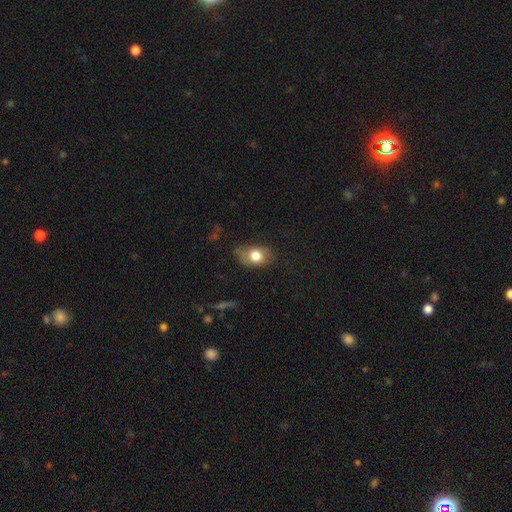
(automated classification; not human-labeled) Smooth or featured? Predicted: smooth (p=0.75). How rounded? Predicted: in between (p=0.74). Merging? Predicted: none (p=0.60).